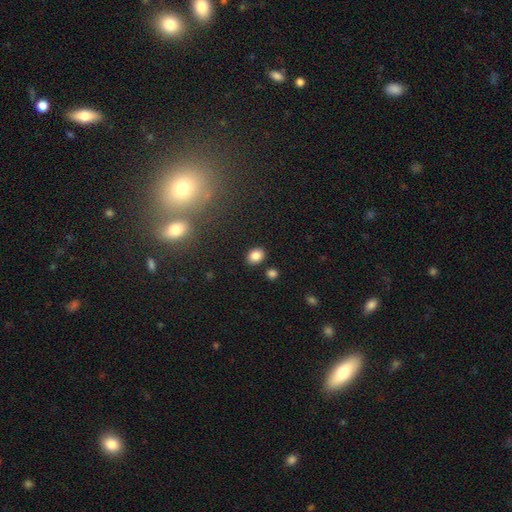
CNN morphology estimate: A smooth galaxy with no disk features (84%) that is in between round and cigar-shaped (58%). Merging: none (85%).